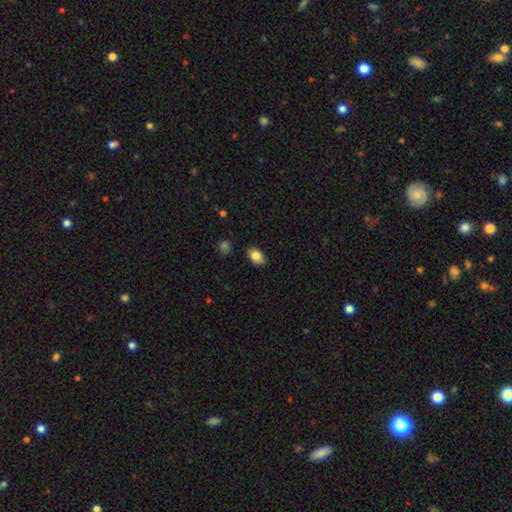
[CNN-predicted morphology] smooth 83%, featured or disk 9%, star or artifact 8%. Down the decision tree: how rounded — in between (87%); merging — none (87%).